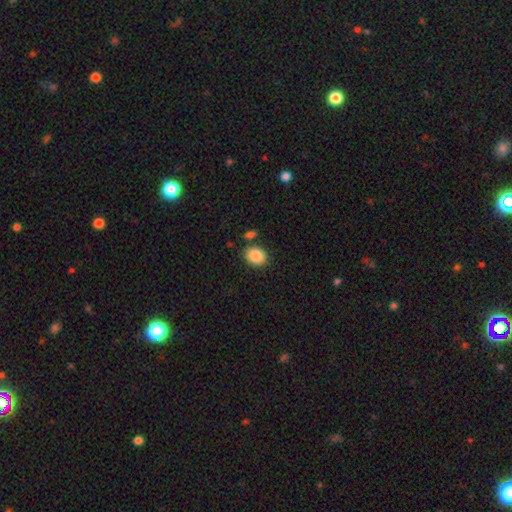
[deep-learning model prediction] A smooth galaxy with no disk features (88%) that is in between round and cigar-shaped (50%).

Vote fractions:
- Smooth or featured? smooth: 88% / star or artifact: 8% / featured or disk: 4%
- How rounded? in between: 50% / round: 49% / cigar-shaped: 1%
- Merging? none: 79% / minor disturbance: 11% / merger: 7% / major disturbance: 3%